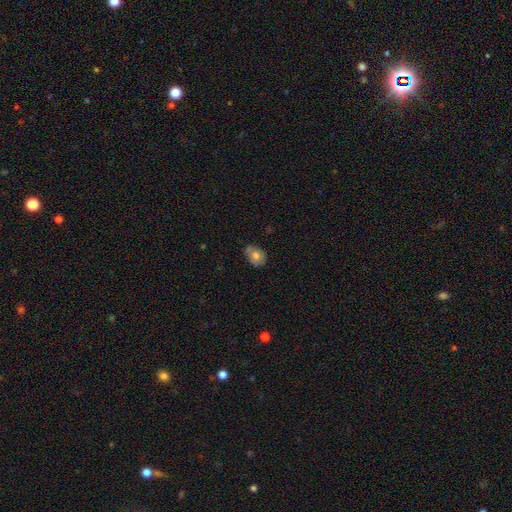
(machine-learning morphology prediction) smooth 62%, featured or disk 30%, star or artifact 8%. Down the decision tree: how rounded — in between (71%); merging — none (69%).